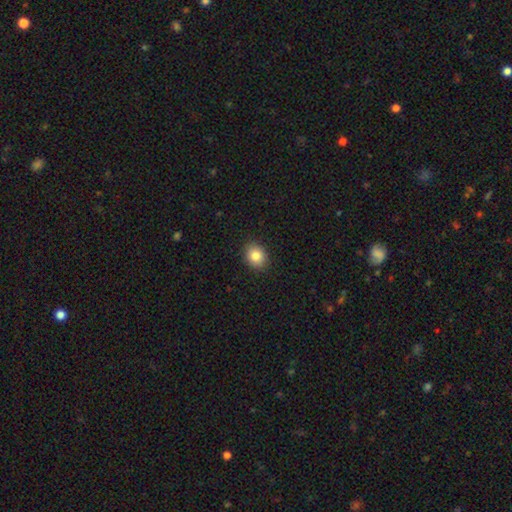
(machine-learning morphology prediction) Overall: smooth (84%). How rounded: round (55%; in between 44%). Merging: none (90%).